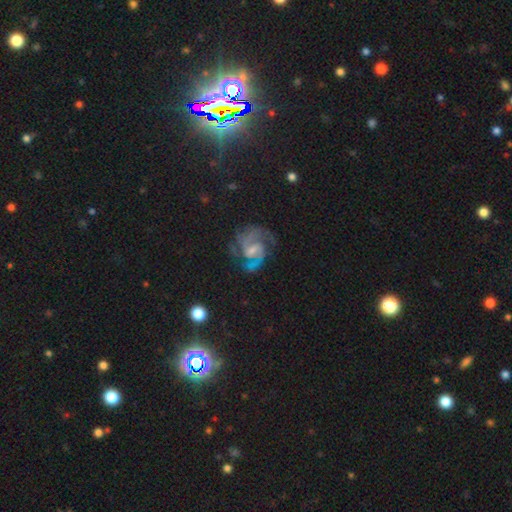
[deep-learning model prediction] This appears to be a featured or disk galaxy (84%) with a weak bar (54%), 2 (68%) medium (57%) spiral arms (97%) and a small central bulge (55%). Merging: none (67%).